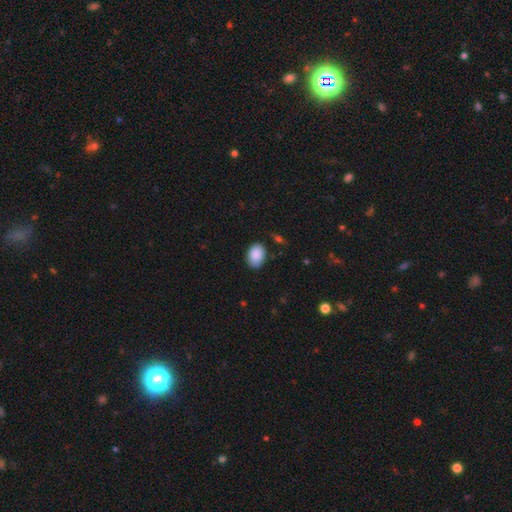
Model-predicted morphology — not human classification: smooth-or-featured: smooth: 89% | star or artifact: 7% | featured or disk: 4%
  how-rounded: in between: 80% | round: 19% | cigar-shaped: 1%
  merging: none: 80% | minor disturbance: 15% | major disturbance: 3% | merger: 2%